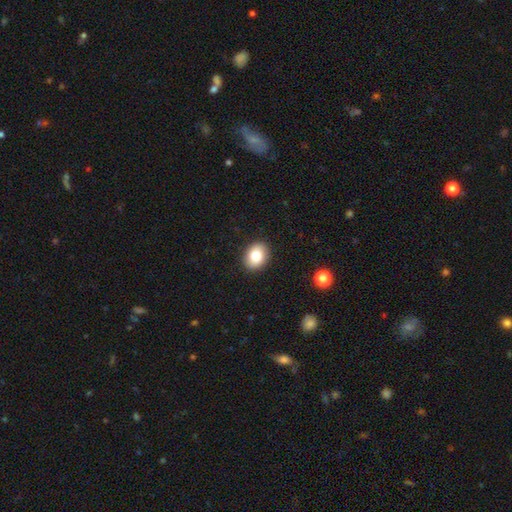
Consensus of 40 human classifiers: Smooth or featured? smooth (90%)
How rounded? round (56%)
Merging? none (95%)